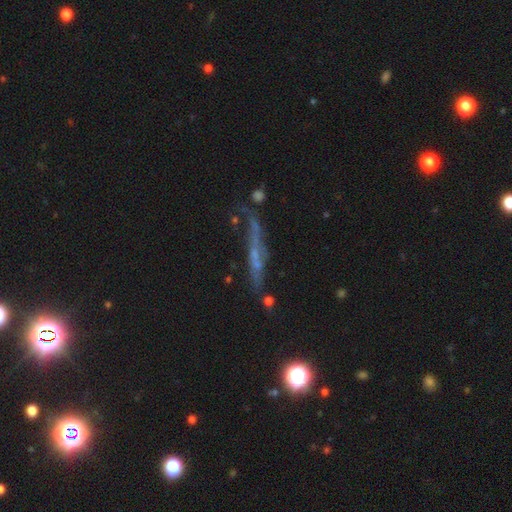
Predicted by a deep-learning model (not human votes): featured or disk 56%, smooth 27%, star or artifact 18%. Down the decision tree: edge-on disk — yes (77%); merging — none (59%).